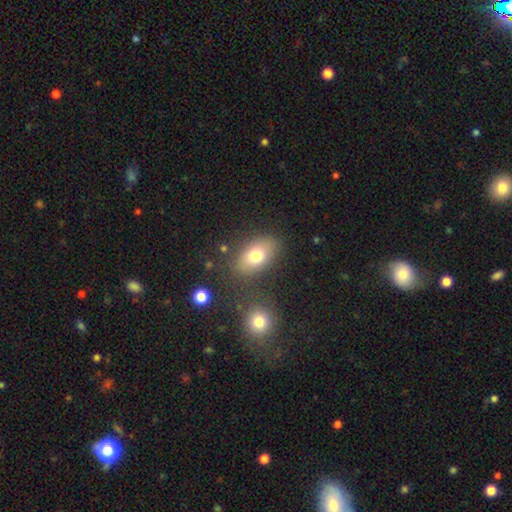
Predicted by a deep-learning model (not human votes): A smooth galaxy with no disk features (75%) that is in between round and cigar-shaped (84%).

Vote fractions:
- Smooth or featured? smooth: 75% / featured or disk: 16% / star or artifact: 10%
- How rounded? in between: 84% / round: 14% / cigar-shaped: 2%
- Merging? none: 78% / minor disturbance: 12% / merger: 6% / major disturbance: 4%